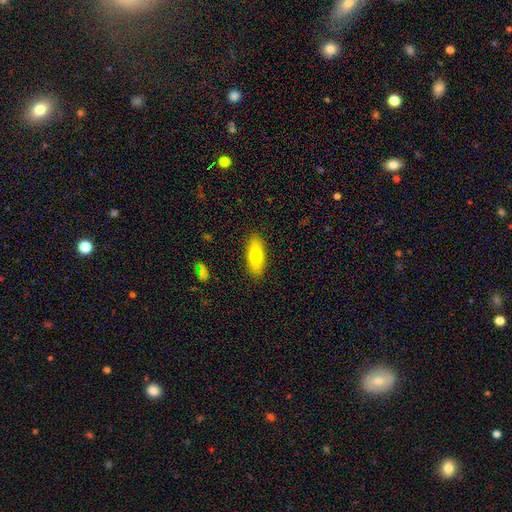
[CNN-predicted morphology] This is likely a smooth galaxy (75%). How rounded: likely in between (71%). Merging: clearly none (88%).